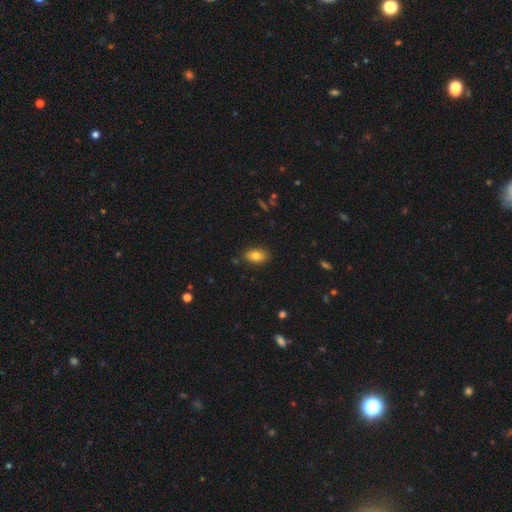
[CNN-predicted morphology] Smooth or featured?
  - smooth: 80% *
  - featured or disk: 11%
  - star or artifact: 9%
How rounded?
  - in between: 89% *
  - round: 9%
  - cigar-shaped: 2%
Merging?
  - none: 85% *
  - minor disturbance: 11%
  - major disturbance: 2%
  - merger: 2%